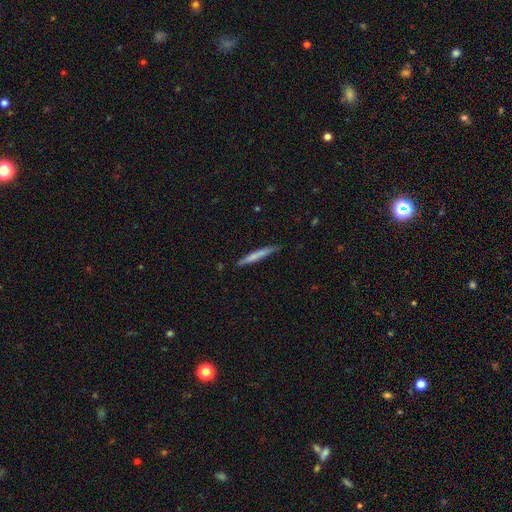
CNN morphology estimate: Overall: smooth (63%; featured or disk 32%). How rounded: cigar-shaped (96%). Merging: none (85%).